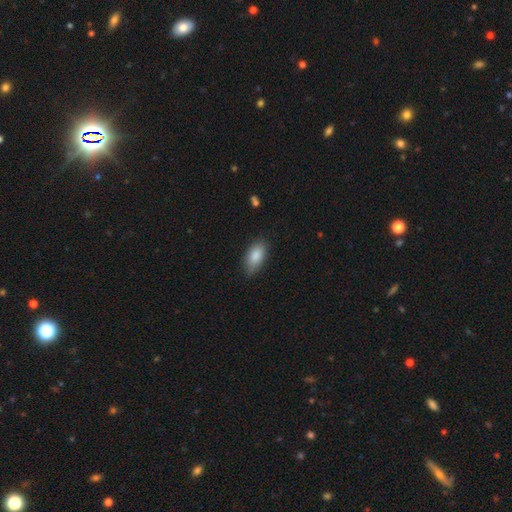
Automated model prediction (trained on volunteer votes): This appears to be a smooth galaxy with no disk features (85%) that is in between round and cigar-shaped (91%). Merging: none (73%).